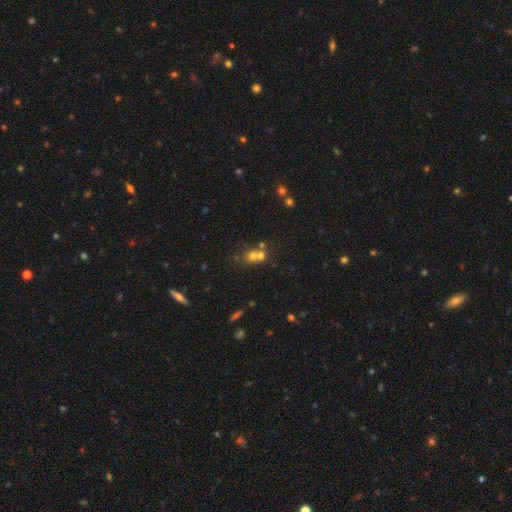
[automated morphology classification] type=smooth (61%); roundness=round (75%); merging=merger (51%).